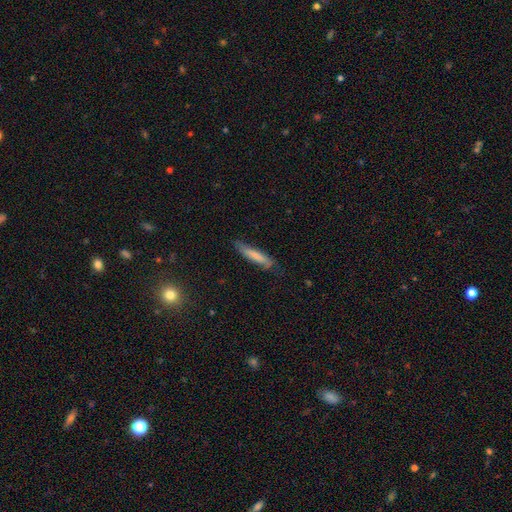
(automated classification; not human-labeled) smooth-or-featured: smooth: 70% | featured or disk: 24% | star or artifact: 6%
  how-rounded: cigar-shaped: 87% | in between: 11% | round: 1%
  merging: none: 70% | minor disturbance: 23% | major disturbance: 5% | merger: 2%